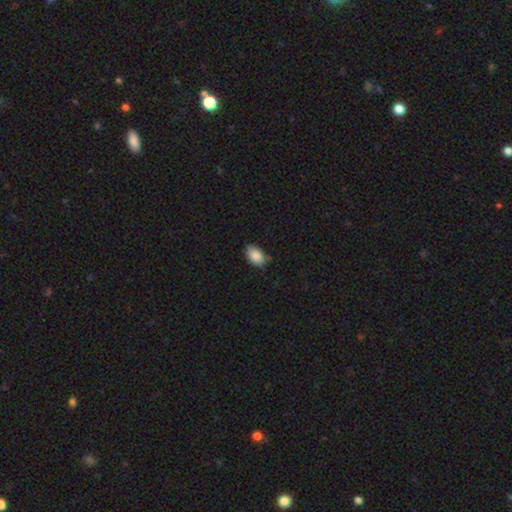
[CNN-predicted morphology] A smooth galaxy with no disk features (87%) that is in between round and cigar-shaped (92%). Merging: none (79%).